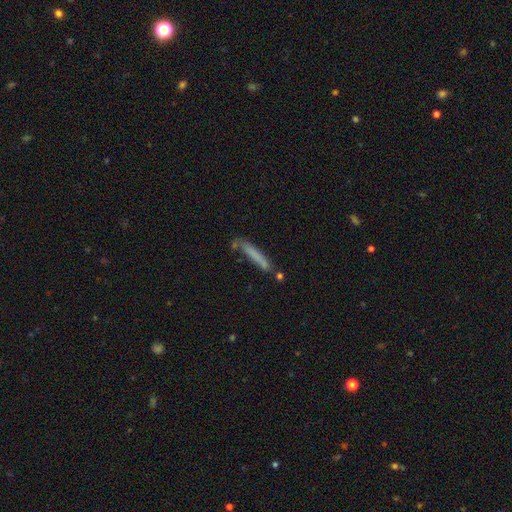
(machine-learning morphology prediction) smooth-or-featured: smooth: 70% | featured or disk: 22% | star or artifact: 8%
  how-rounded: cigar-shaped: 94% | in between: 5% | round: 1%
  merging: none: 70% | minor disturbance: 17% | merger: 8% | major disturbance: 5%